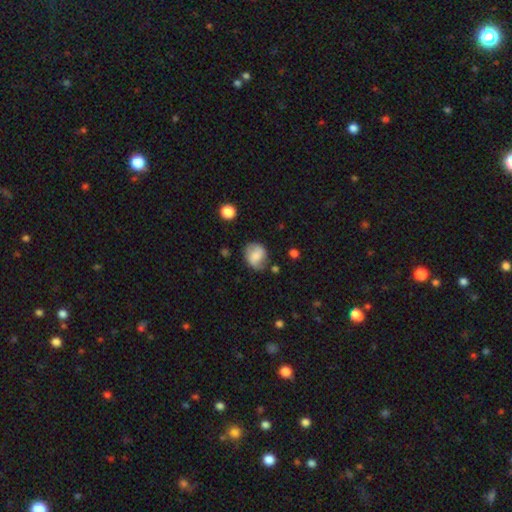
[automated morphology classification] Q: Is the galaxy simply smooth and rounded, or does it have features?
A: smooth — 65%.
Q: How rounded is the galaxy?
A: round — 61%.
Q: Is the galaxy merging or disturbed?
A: none — 63%.